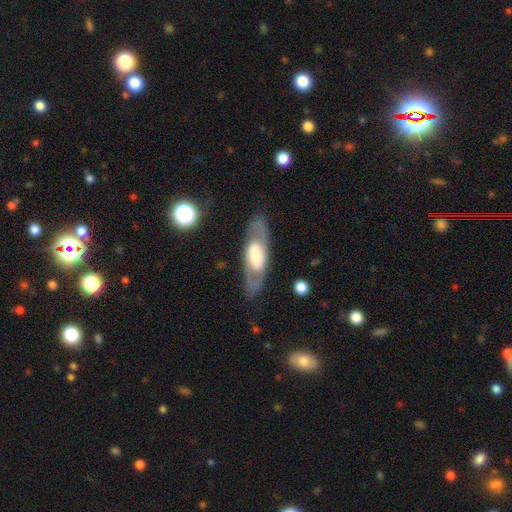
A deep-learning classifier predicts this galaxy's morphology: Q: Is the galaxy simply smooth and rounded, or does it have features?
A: featured or disk — 62%.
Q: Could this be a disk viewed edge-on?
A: no — 79%.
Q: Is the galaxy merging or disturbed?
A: none — 79%.